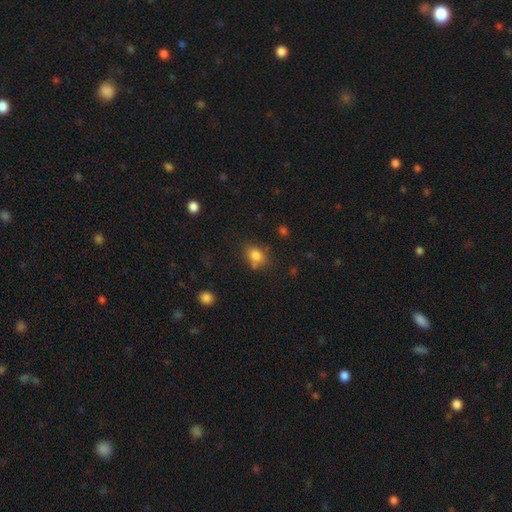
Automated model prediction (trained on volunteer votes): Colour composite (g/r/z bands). It shows a smooth galaxy with no disk features (81%) that is round (50%). Merging: none (67%).